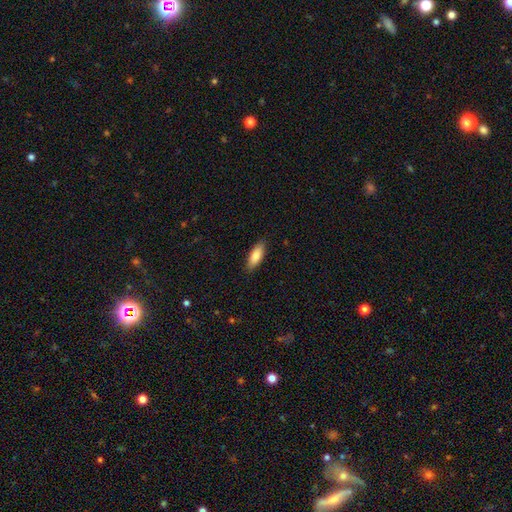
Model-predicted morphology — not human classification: This is clearly a smooth galaxy (82%). How rounded: likely in between (69%). Merging: clearly none (88%).